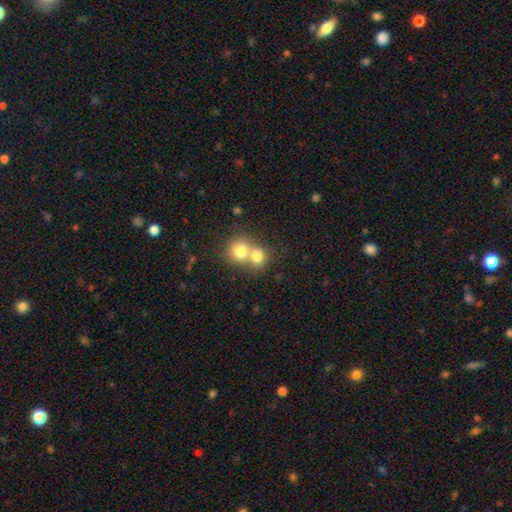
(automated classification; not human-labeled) smooth_or_featured: smooth (p=0.77) [alt: featured or disk p=0.13]
how_rounded: round (p=0.79) [alt: in between p=0.20]
merging: merger (p=0.64) [alt: none p=0.30]